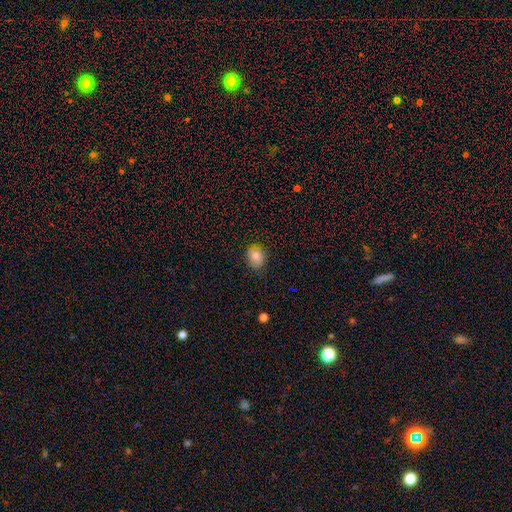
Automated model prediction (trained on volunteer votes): Smooth or featured? smooth (80%)
How rounded? round (56%)
Merging? none (78%)